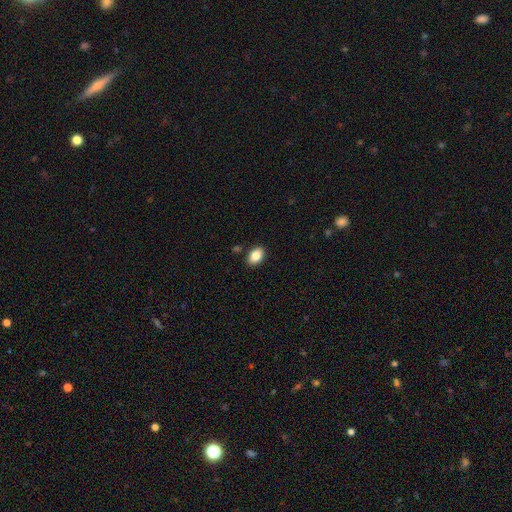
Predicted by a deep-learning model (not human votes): Smooth or featured? smooth (86%)
How rounded? in between (86%)
Merging? none (88%)